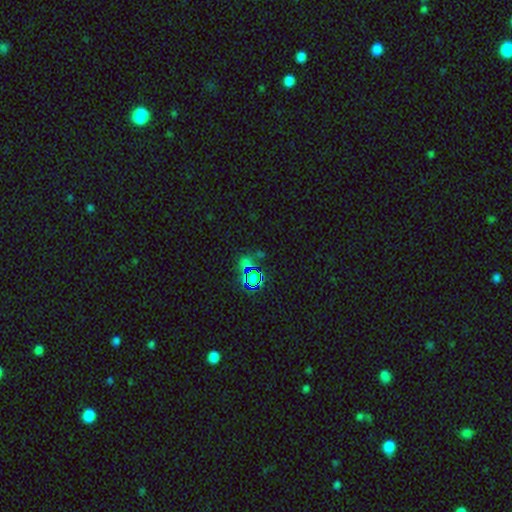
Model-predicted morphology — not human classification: smooth-or-featured: star or artifact: 72% | smooth: 19% | featured or disk: 9%